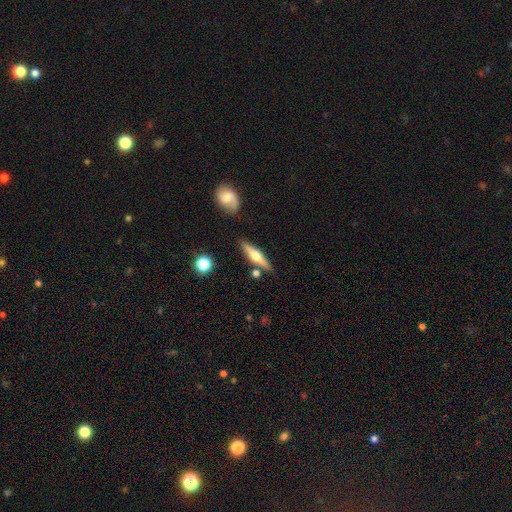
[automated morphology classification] Smooth or featured?
  - featured or disk: 53% *
  - smooth: 41%
  - star or artifact: 6%
Edge-on disk?
  - yes: 93% *
  - no: 7%
Merging?
  - none: 81% *
  - minor disturbance: 11%
  - merger: 6%
  - major disturbance: 3%